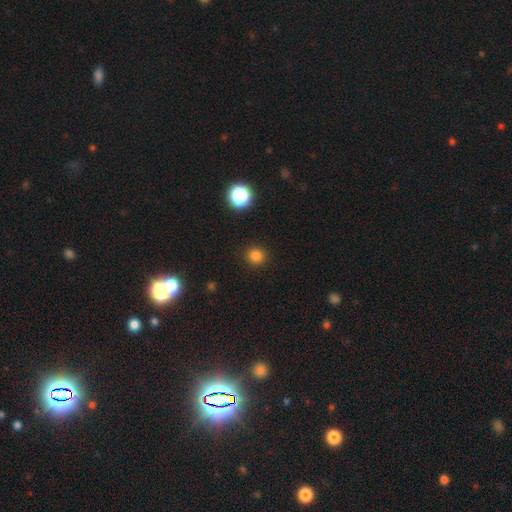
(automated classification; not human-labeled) This appears to be a smooth galaxy with no disk features (81%) that is round (90%). Merging: none (92%).